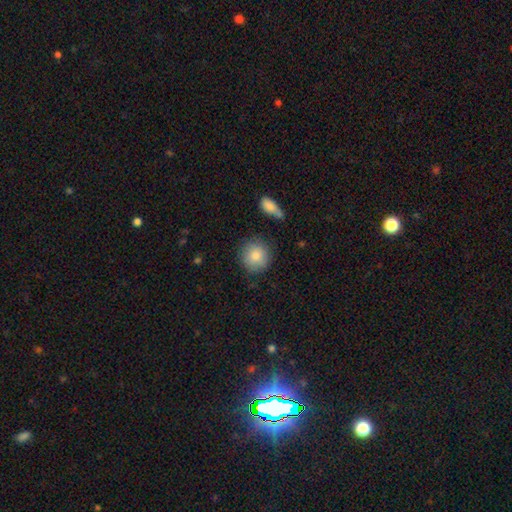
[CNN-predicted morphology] smooth_or_featured: smooth (p=0.86) [alt: featured or disk p=0.07]
how_rounded: round (p=0.90) [alt: in between p=0.08]
merging: none (p=0.82) [alt: minor disturbance p=0.12]